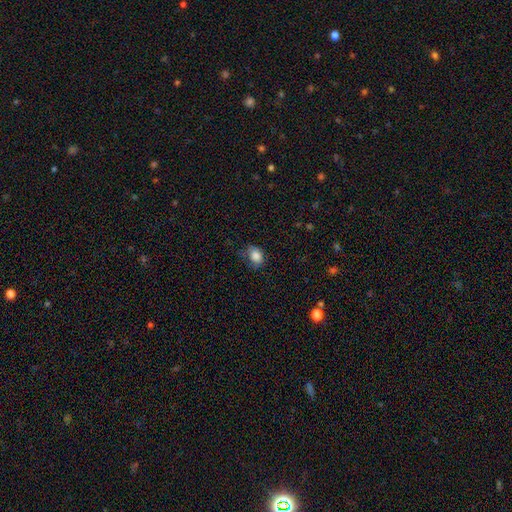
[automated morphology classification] A smooth galaxy with no disk features (84%) that is in between round and cigar-shaped (57%). Merging: none (56%).